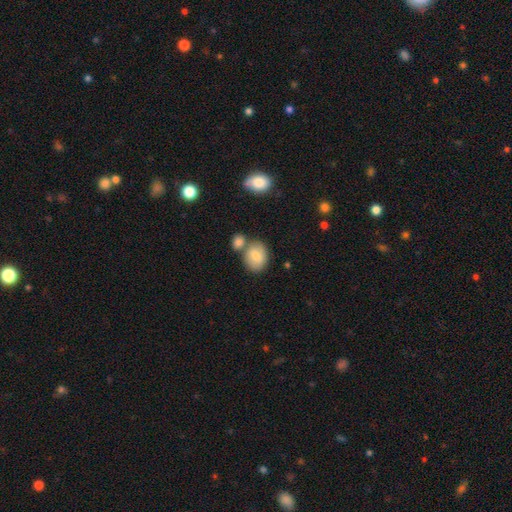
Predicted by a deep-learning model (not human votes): Smooth or featured? smooth (78%)
How rounded? in between (56%)
Merging? none (54%)